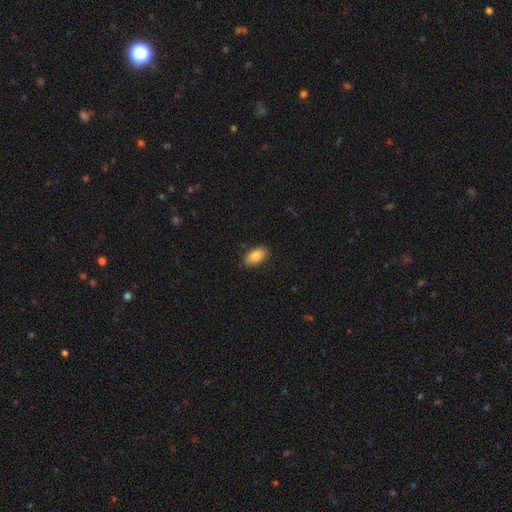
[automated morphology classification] A smooth galaxy with no disk features (84%) that is in between round and cigar-shaped (93%).

Vote fractions:
- Smooth or featured? smooth: 84% / featured or disk: 9% / star or artifact: 7%
- How rounded? in between: 93% / round: 4% / cigar-shaped: 3%
- Merging? none: 88% / minor disturbance: 9% / major disturbance: 2% / merger: 1%